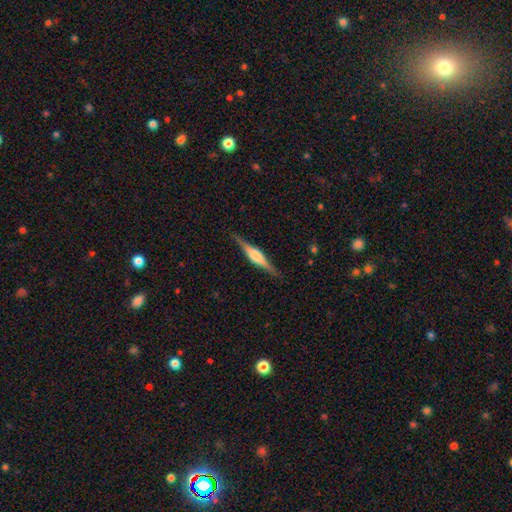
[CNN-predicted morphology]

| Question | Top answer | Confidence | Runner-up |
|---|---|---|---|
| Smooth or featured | featured or disk | 76% | smooth (19%) |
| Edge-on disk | yes | 98% | no (2%) |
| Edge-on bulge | rounded | 67% | boxy (28%) |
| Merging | none | 88% | minor disturbance (9%) |